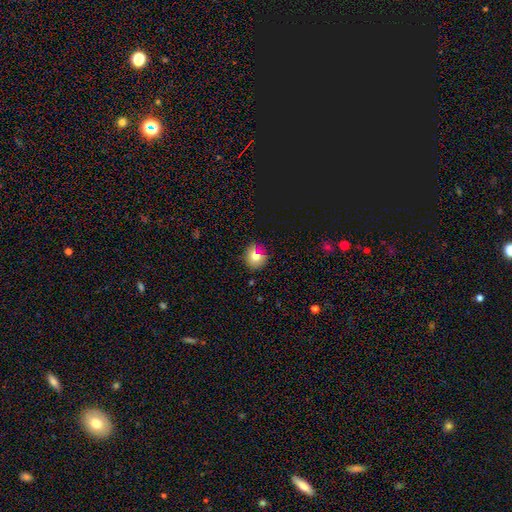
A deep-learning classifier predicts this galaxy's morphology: This appears to be a smooth galaxy with no disk features (74%) that is round (83%). Merging: none (78%).